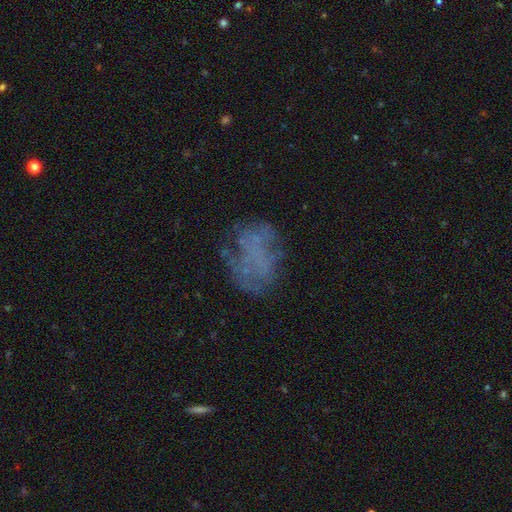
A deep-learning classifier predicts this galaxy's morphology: smooth-or-featured: featured or disk: 48% | smooth: 31% | star or artifact: 22%
  merging: none: 54% | major disturbance: 24% | minor disturbance: 19% | merger: 3%